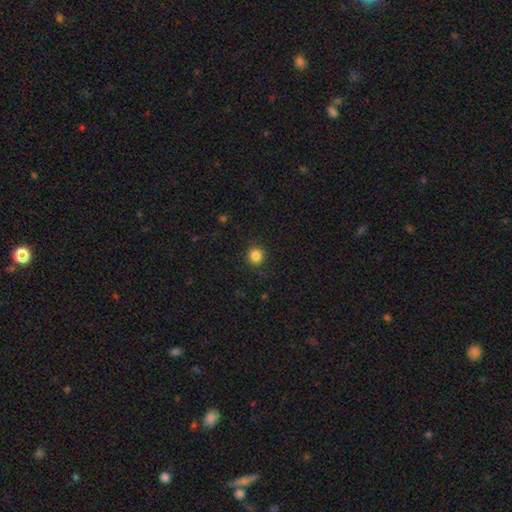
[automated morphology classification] Smooth or featured: smooth — 85% (star or artifact — 11%)
How rounded: round — 93% (in between — 6%)
Merging: none — 90% (minor disturbance — 6%)